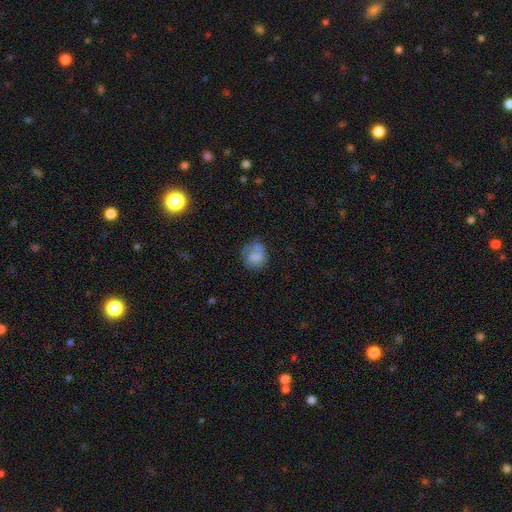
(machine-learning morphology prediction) This appears to be a smooth galaxy with no disk features (67%) that is round (75%). Merging: none (48%).